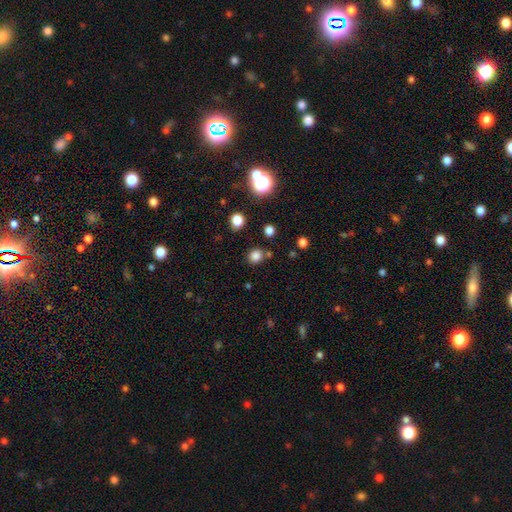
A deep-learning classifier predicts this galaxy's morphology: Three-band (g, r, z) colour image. It shows a smooth galaxy with no disk features (80%) that is round (77%). Merging: none (78%).